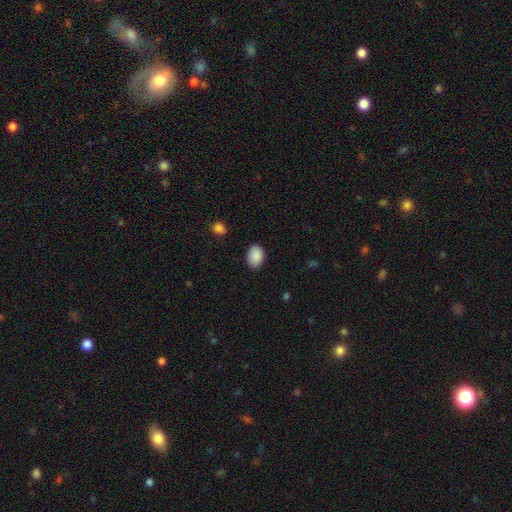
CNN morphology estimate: Overall: smooth (90%). How rounded: in between (83%). Merging: none (86%).